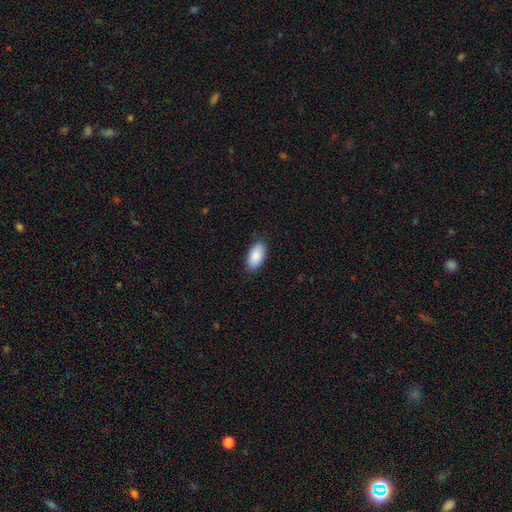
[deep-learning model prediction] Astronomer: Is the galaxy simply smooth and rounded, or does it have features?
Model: smooth — 89%.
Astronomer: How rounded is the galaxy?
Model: in between — 94%.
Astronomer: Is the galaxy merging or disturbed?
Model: none — 87%.